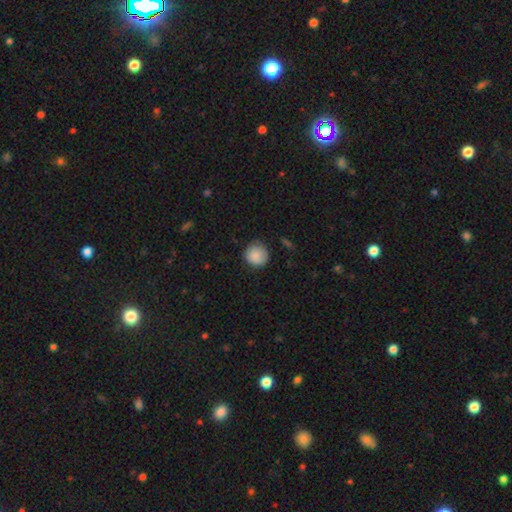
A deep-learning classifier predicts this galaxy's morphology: A smooth galaxy with no disk features (87%) that is round (93%).

Vote fractions:
- Smooth or featured? smooth: 87% / star or artifact: 7% / featured or disk: 6%
- How rounded? round: 93% / in between: 6% / cigar-shaped: 1%
- Merging? none: 80% / minor disturbance: 16% / major disturbance: 3% / merger: 1%